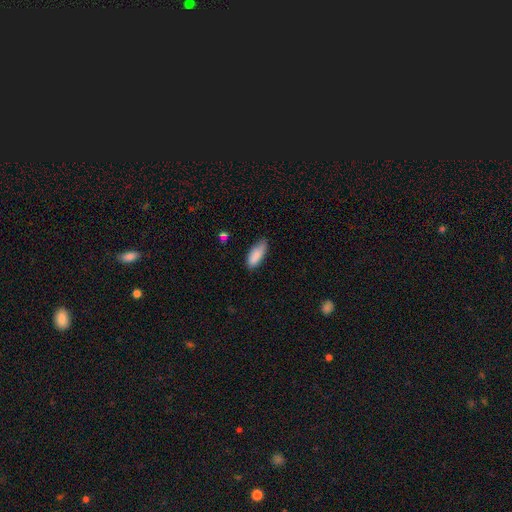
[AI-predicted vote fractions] Morphology: type=smooth (87%); roundness=in between (77%); merging=none (71%).